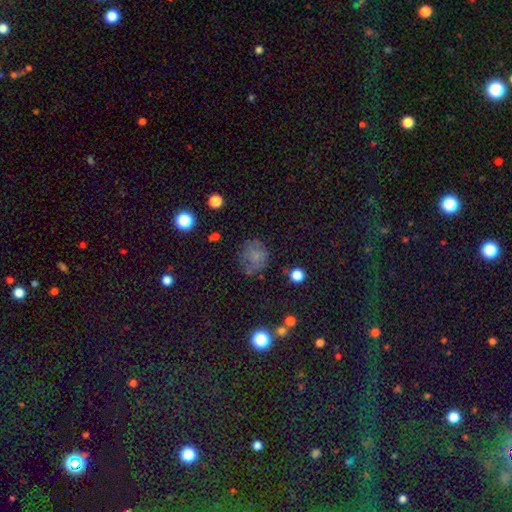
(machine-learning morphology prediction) Overall: smooth (68%). How rounded: round (79%). Merging: none (65%).